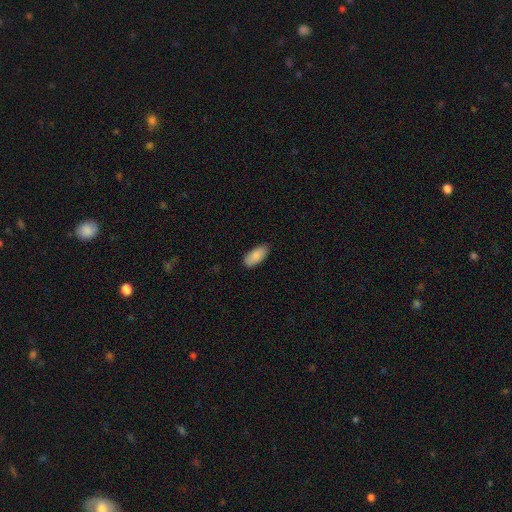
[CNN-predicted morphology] Smooth or featured: smooth — 89% (star or artifact — 6%)
How rounded: in between — 91% (cigar-shaped — 8%)
Merging: none — 84% (minor disturbance — 13%)